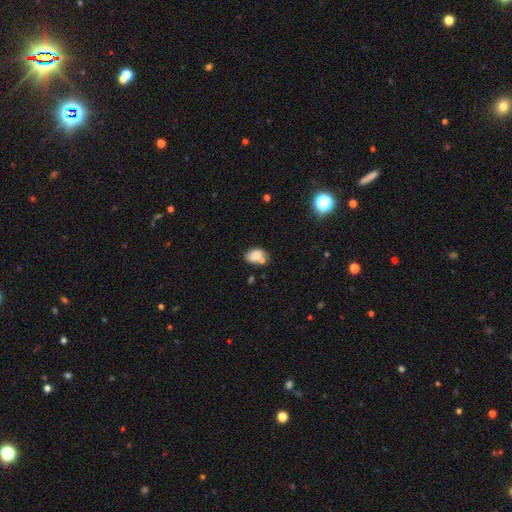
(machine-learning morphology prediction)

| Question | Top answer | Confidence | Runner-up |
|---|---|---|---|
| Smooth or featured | smooth | 75% | featured or disk (15%) |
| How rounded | in between | 79% | round (20%) |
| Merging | none | 45% | merger (25%) |